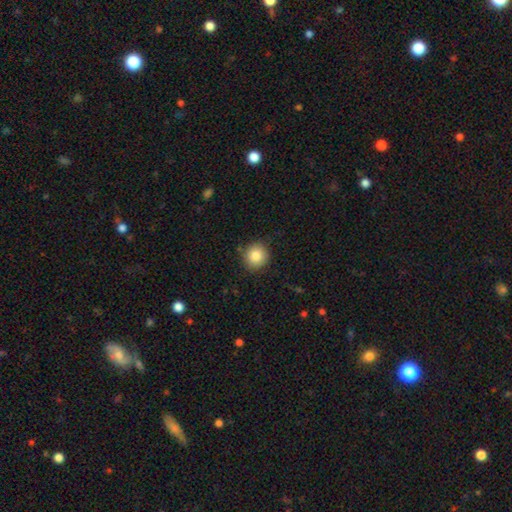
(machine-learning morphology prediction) This is clearly a smooth galaxy (85%). How rounded: clearly round (90%). Merging: clearly none (86%).